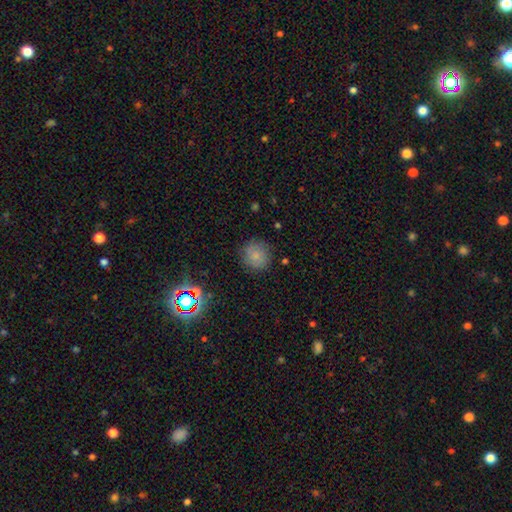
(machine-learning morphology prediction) smooth-or-featured: smooth: 80% | star or artifact: 12% | featured or disk: 8%
  how-rounded: round: 91% | in between: 8% | cigar-shaped: 1%
  merging: none: 84% | minor disturbance: 11% | major disturbance: 3% | merger: 1%